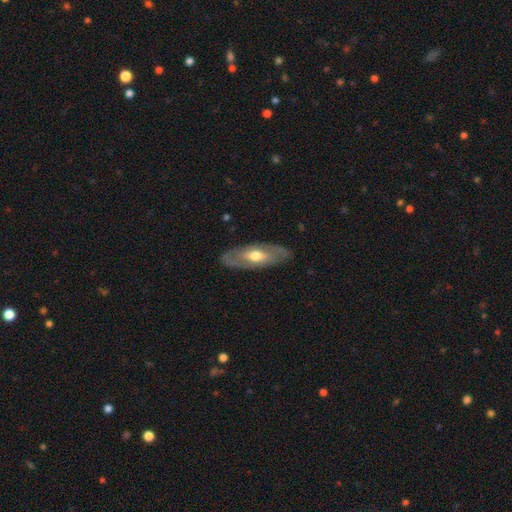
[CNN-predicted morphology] Smooth or featured? featured or disk (56%)
Edge-on disk? no (74%)
Merging? none (84%)